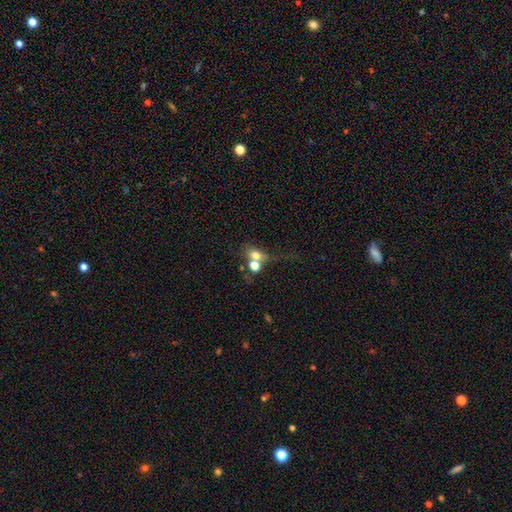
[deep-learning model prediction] Smooth or featured? smooth (68%)
How rounded? in between (54%)
Merging? merger (52%)